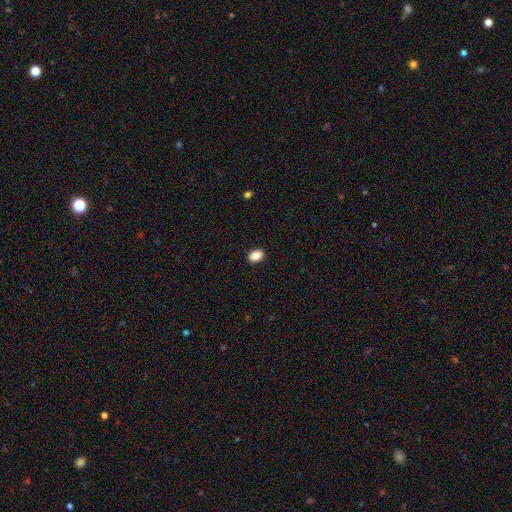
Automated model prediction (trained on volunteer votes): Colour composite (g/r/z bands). It shows a smooth galaxy with no disk features (89%) that is in between round and cigar-shaped (84%). Merging: none (89%).